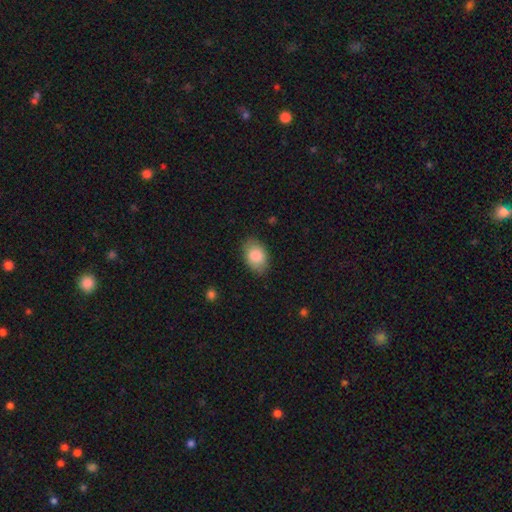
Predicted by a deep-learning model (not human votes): A smooth galaxy with no disk features (85%) that is in between round and cigar-shaped (86%). Merging: none (84%).